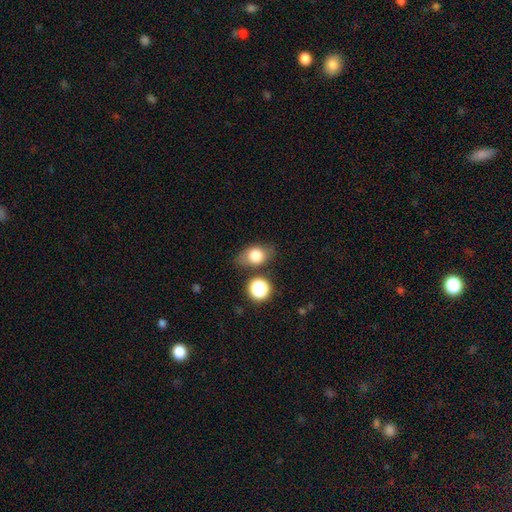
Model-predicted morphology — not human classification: A smooth galaxy with no disk features (74%) that is in between round and cigar-shaped (69%). Merging: none (71%).